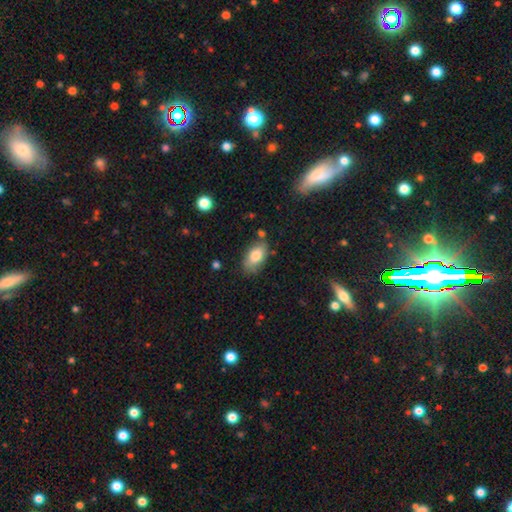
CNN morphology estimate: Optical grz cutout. It shows a smooth galaxy with no disk features (81%) that is in between round and cigar-shaped (92%). Merging: none (71%).